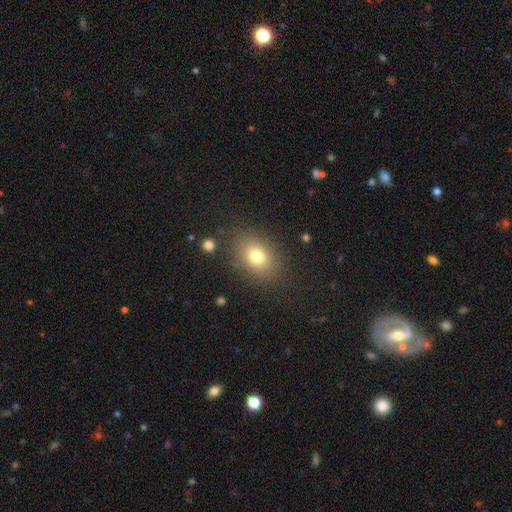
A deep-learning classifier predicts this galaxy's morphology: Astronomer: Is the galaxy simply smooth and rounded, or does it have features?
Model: smooth — 76%.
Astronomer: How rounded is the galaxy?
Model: in between — 70%.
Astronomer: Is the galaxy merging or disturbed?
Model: none — 84%.